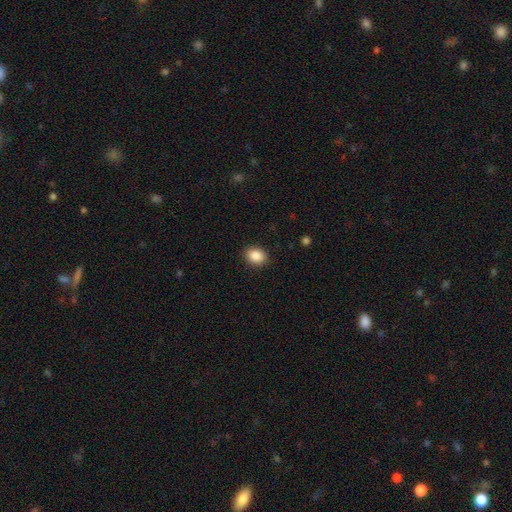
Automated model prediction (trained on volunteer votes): The model was most divided on "how rounded": in between: 60%, round: 39%, cigar-shaped: 1%. More confident: merging — none (90%); smooth or featured — smooth (88%).